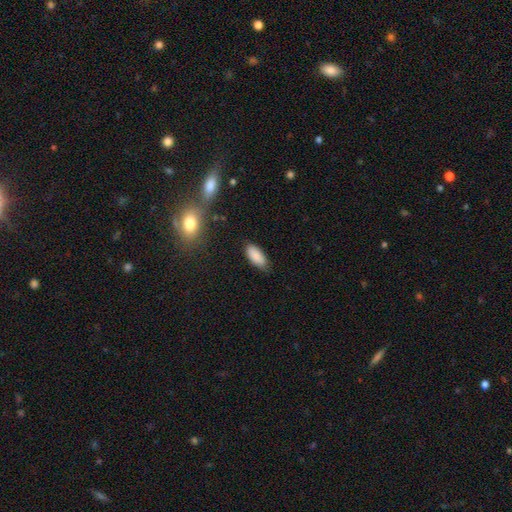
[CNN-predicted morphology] smooth-or-featured: smooth: 88% | star or artifact: 7% | featured or disk: 5%
  how-rounded: in between: 87% | cigar-shaped: 12% | round: 2%
  merging: none: 80% | minor disturbance: 16% | major disturbance: 3% | merger: 2%